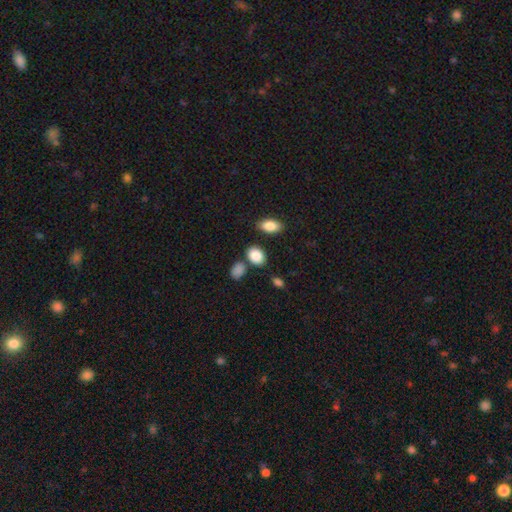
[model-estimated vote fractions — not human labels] A smooth galaxy with no disk features (87%) that is in between round and cigar-shaped (77%).

Vote fractions:
- Smooth or featured? smooth: 87% / star or artifact: 8% / featured or disk: 5%
- How rounded? in between: 77% / round: 21% / cigar-shaped: 2%
- Merging? none: 76% / minor disturbance: 12% / merger: 9% / major disturbance: 3%